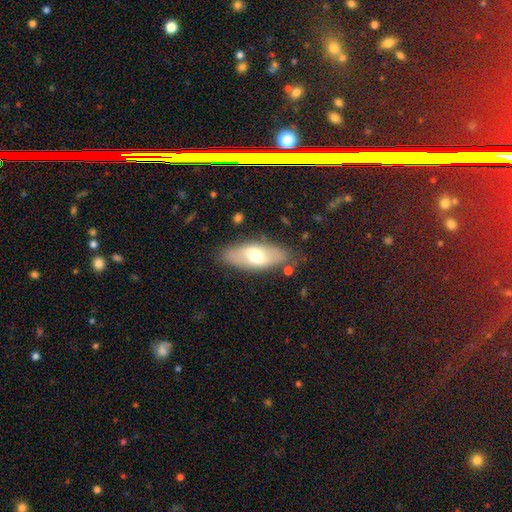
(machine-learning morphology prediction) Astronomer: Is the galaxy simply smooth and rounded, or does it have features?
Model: smooth — 57% (runner-up: featured or disk, 37%).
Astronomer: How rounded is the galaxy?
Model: in between — 81%.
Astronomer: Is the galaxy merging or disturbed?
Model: none — 82%.